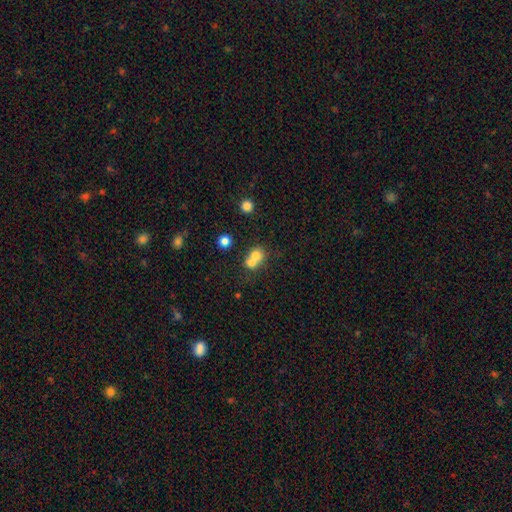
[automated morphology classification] Q: Smooth or featured?
A: smooth (72%); runner-up: featured or disk (16%)
Q: How rounded?
A: round (75%); runner-up: in between (24%)
Q: Merging?
A: merger (63%); runner-up: none (28%)